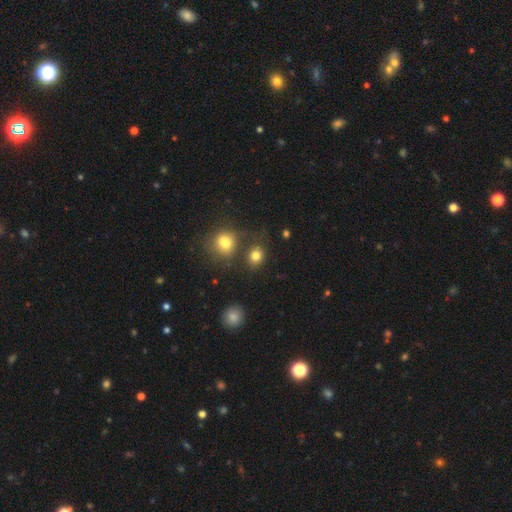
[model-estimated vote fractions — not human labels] Smooth or featured: smooth — 81% (star or artifact — 13%)
How rounded: round — 68% (in between — 31%)
Merging: none — 69% (merger — 15%)